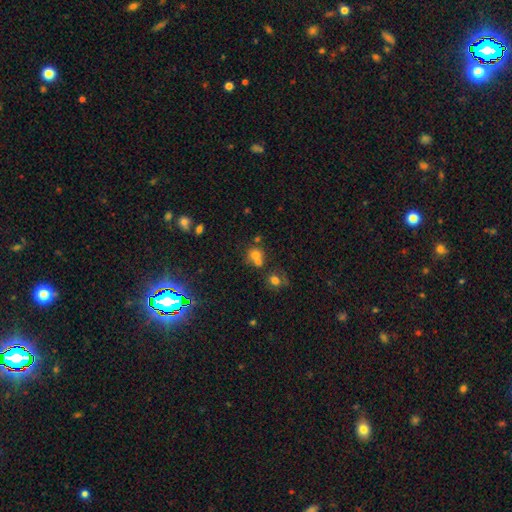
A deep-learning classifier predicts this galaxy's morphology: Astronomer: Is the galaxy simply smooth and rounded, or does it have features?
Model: smooth — 68%.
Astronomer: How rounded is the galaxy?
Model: round — 80%.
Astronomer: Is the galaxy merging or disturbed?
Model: merger — 47% (runner-up: none, 41%).